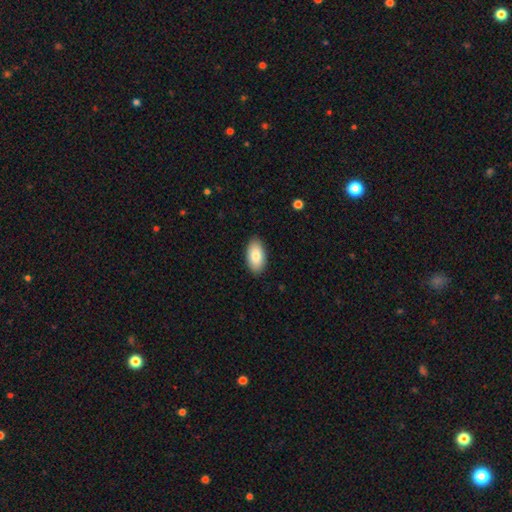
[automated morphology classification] smooth-or-featured: smooth: 85% | featured or disk: 9% | star or artifact: 6%
  how-rounded: in between: 95% | round: 3% | cigar-shaped: 2%
  merging: none: 89% | minor disturbance: 8% | major disturbance: 2% | merger: 1%